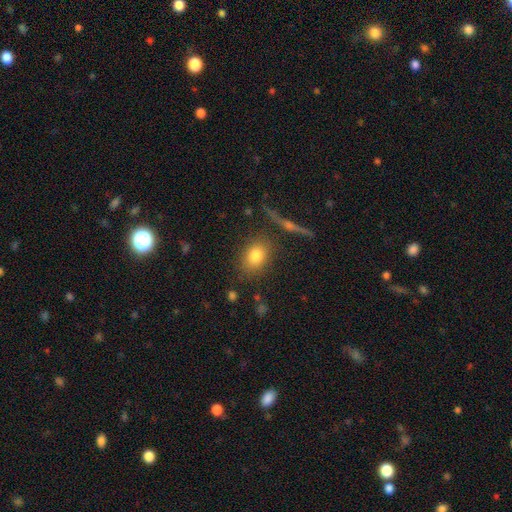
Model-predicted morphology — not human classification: The model was most divided on "how rounded": in between: 63%, round: 35%, cigar-shaped: 2%. More confident: merging — none (81%); smooth or featured — smooth (78%).